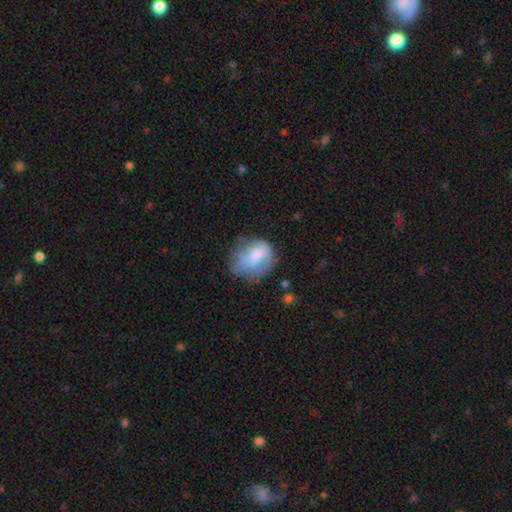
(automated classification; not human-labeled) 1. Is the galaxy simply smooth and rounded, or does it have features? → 61% smooth, 31% featured or disk, 8% star or artifact.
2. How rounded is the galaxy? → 50% in between, 49% round, 1% cigar-shaped.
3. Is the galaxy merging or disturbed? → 44% none, 32% minor disturbance, 22% major disturbance, 3% merger.